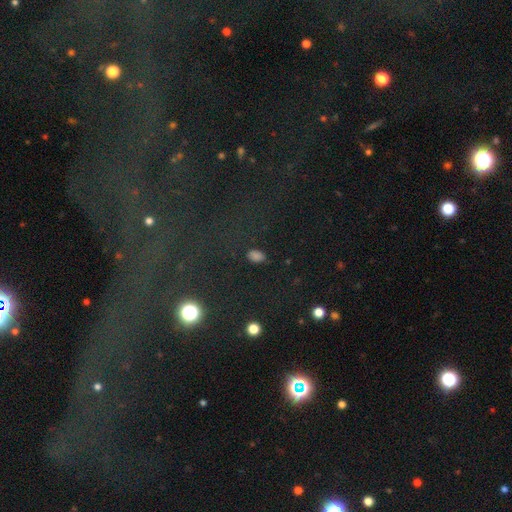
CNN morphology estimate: smooth 71%, star or artifact 24%, featured or disk 6%. Down the decision tree: how rounded — in between (86%); merging — none (80%).